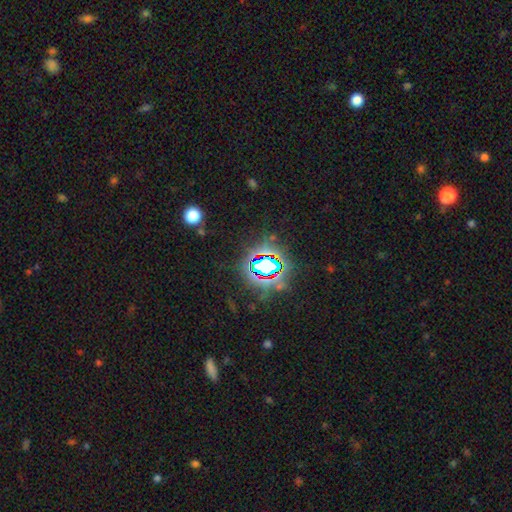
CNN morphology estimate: star or artifact 77%, smooth 13%, featured or disk 10%.